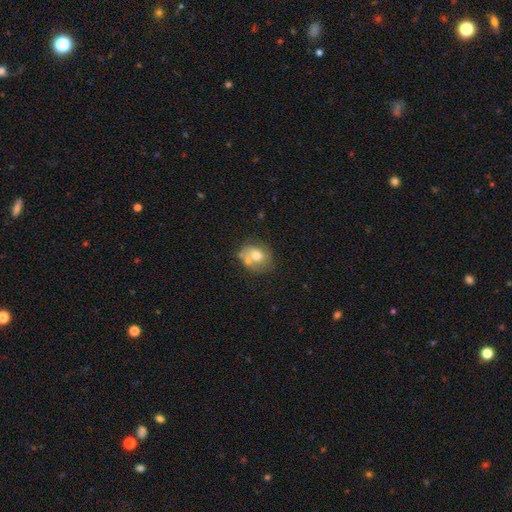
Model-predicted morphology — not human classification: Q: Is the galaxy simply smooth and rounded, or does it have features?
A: smooth — 65%.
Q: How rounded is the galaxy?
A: round — 52%.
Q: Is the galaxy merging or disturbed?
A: none — 43%.